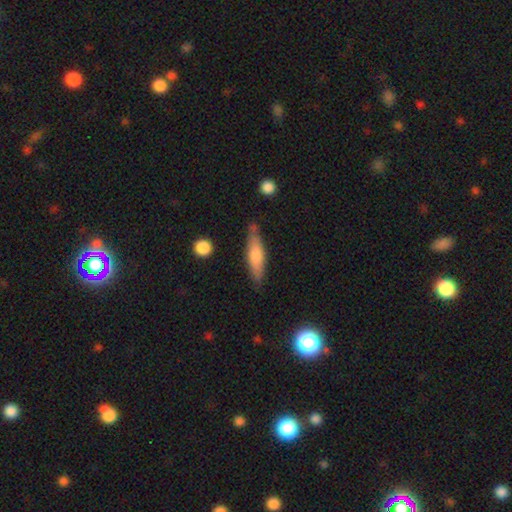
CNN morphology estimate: A smooth galaxy with no disk features (59%) that is cigar-shaped (74%). Merging: none (81%).